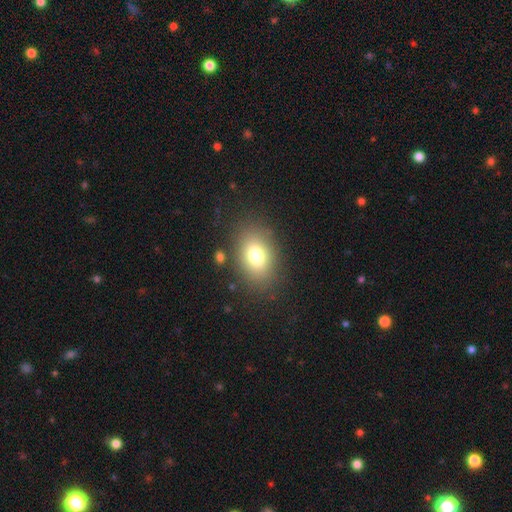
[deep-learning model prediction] A smooth galaxy with no disk features (77%) that is in between round and cigar-shaped (78%).

Vote fractions:
- Smooth or featured? smooth: 77% / featured or disk: 12% / star or artifact: 11%
- How rounded? in between: 78% / round: 21% / cigar-shaped: 1%
- Merging? none: 82% / minor disturbance: 10% / major disturbance: 5% / merger: 3%